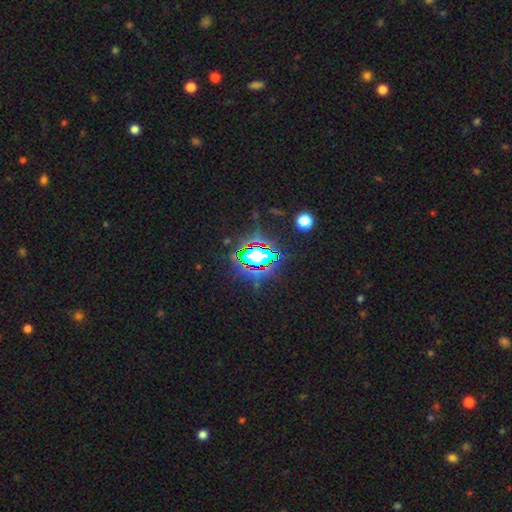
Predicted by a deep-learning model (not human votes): Q: Smooth or featured?
A: star or artifact (67%); runner-up: smooth (21%)